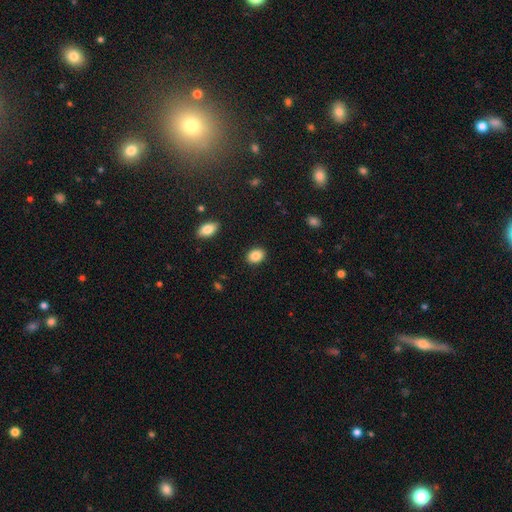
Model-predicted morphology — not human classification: Smooth or featured? Predicted: smooth (p=0.87). How rounded? Predicted: in between (p=0.67). Merging? Predicted: none (p=0.89).